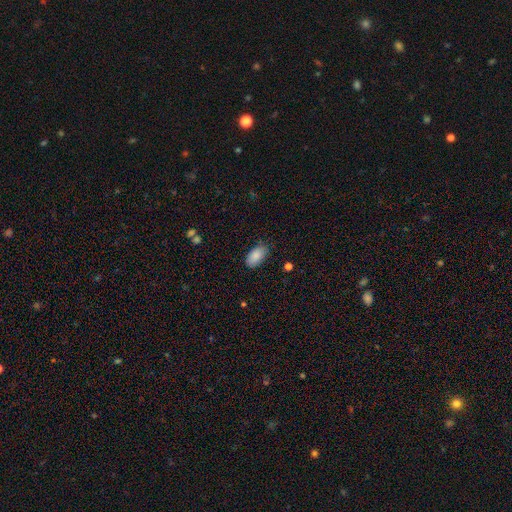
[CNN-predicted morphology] Smooth or featured: smooth — 88% (star or artifact — 7%)
How rounded: in between — 94% (round — 3%)
Merging: none — 82% (minor disturbance — 14%)